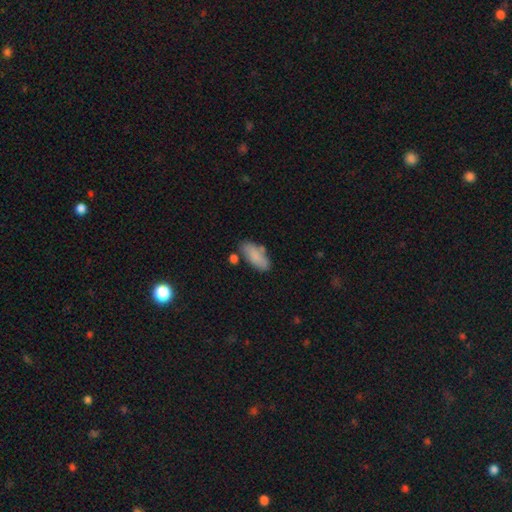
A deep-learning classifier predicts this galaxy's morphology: A smooth galaxy with no disk features (84%) that is in between round and cigar-shaped (82%).

Vote fractions:
- Smooth or featured? smooth: 84% / featured or disk: 10% / star or artifact: 6%
- How rounded? in between: 82% / cigar-shaped: 16% / round: 2%
- Merging? none: 68% / minor disturbance: 18% / merger: 10% / major disturbance: 4%